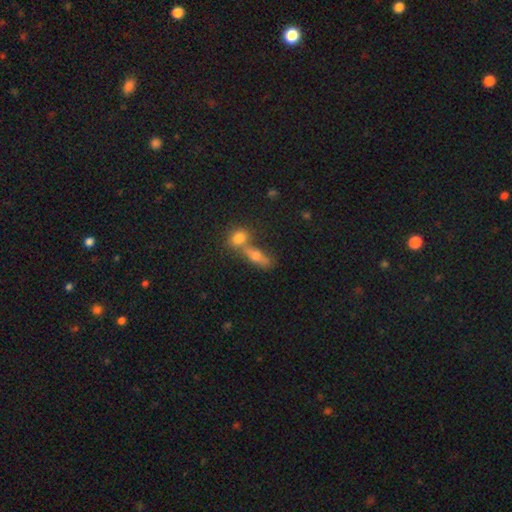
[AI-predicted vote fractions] smooth_or_featured: smooth (p=0.64) [alt: featured or disk p=0.23]
how_rounded: in between (p=0.57) [alt: cigar-shaped p=0.26]
merging: merger (p=0.52) [alt: none p=0.33]